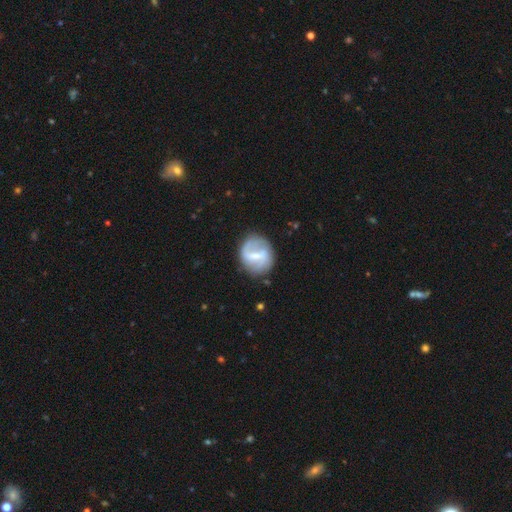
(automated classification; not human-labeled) A featured or disk galaxy (70%) with a weak bar (46%), 2 (79%) loose (51%) spiral arms (76%) and a small central bulge (56%). Merging: none (74%).